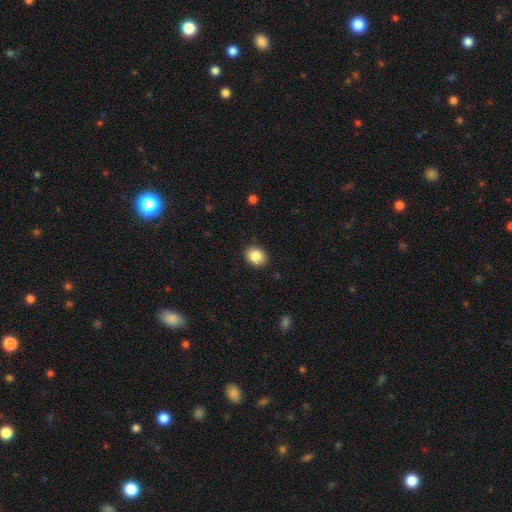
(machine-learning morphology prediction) Smooth or featured? Predicted: smooth (p=0.86). How rounded? Predicted: round (p=0.54). Merging? Predicted: none (p=0.89).